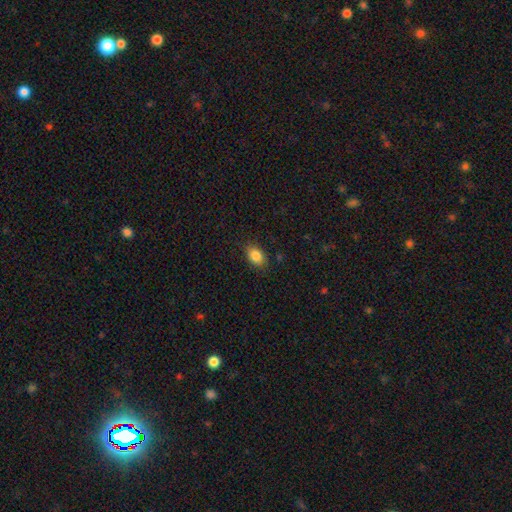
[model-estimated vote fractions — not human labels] Smooth or featured? Predicted: smooth (p=0.87). How rounded? Predicted: in between (p=0.82). Merging? Predicted: none (p=0.84).